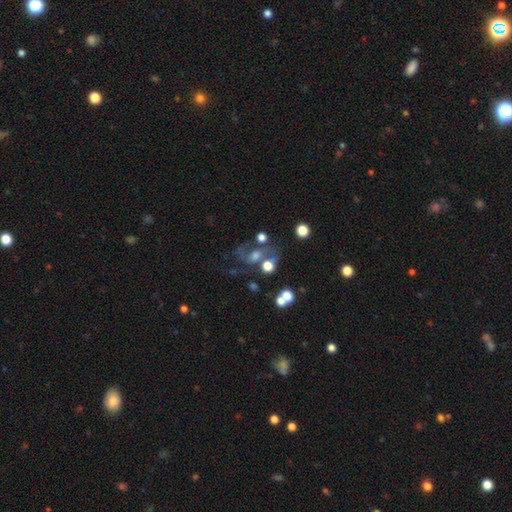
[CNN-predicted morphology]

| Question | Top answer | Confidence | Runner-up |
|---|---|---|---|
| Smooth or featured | featured or disk | 53% | star or artifact (27%) |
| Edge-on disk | no | 96% | yes (4%) |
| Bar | no | 65% | weak (26%) |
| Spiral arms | yes | 63% | no (37%) |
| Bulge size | moderate | 43% | small (31%) |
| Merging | none | 43% | merger (23%) |